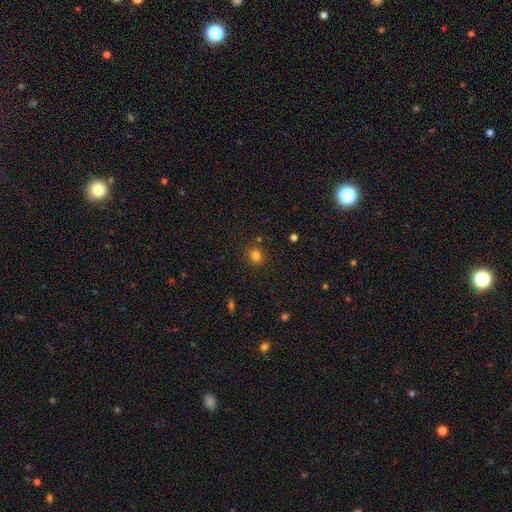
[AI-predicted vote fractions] Q: Smooth or featured?
A: smooth (80%); runner-up: star or artifact (14%)
Q: How rounded?
A: round (85%); runner-up: in between (14%)
Q: Merging?
A: none (86%); runner-up: minor disturbance (9%)